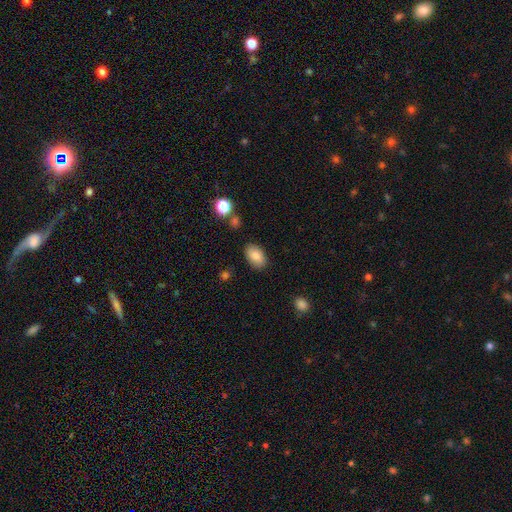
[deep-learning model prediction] smooth_or_featured: smooth (p=0.84) [alt: featured or disk p=0.08]
how_rounded: in between (p=0.91) [alt: round p=0.08]
merging: none (p=0.85) [alt: minor disturbance p=0.11]